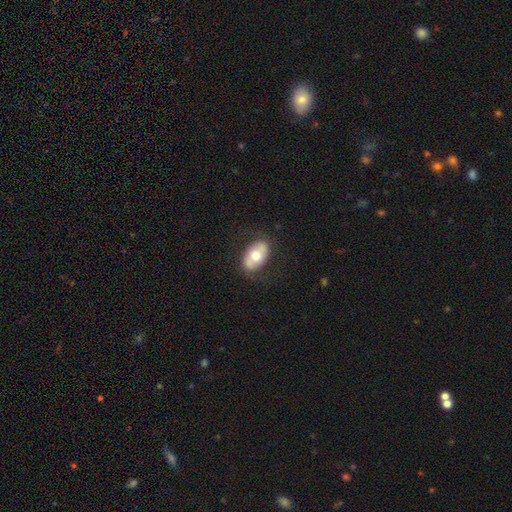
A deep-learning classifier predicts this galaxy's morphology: Smooth or featured?
  - smooth: 56% *
  - featured or disk: 37%
  - star or artifact: 6%
How rounded?
  - in between: 90% *
  - round: 8%
  - cigar-shaped: 2%
Merging?
  - none: 79% *
  - minor disturbance: 15%
  - major disturbance: 5%
  - merger: 1%